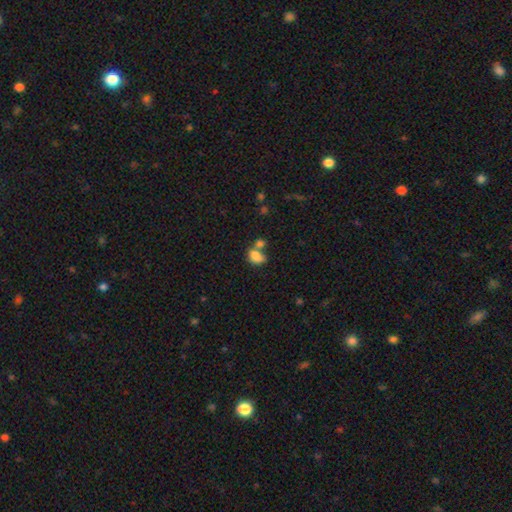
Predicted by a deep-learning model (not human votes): Smooth or featured?
  - smooth: 80% *
  - featured or disk: 10%
  - star or artifact: 10%
How rounded?
  - in between: 75% *
  - round: 23%
  - cigar-shaped: 2%
Merging?
  - merger: 51% *
  - none: 28%
  - minor disturbance: 13%
  - major disturbance: 8%